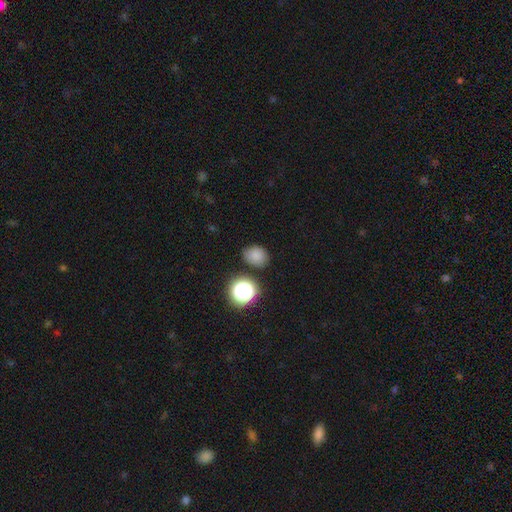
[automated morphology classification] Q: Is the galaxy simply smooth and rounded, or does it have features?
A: smooth — 79%.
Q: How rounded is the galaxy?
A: in between — 51%.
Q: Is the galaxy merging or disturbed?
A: none — 79%.